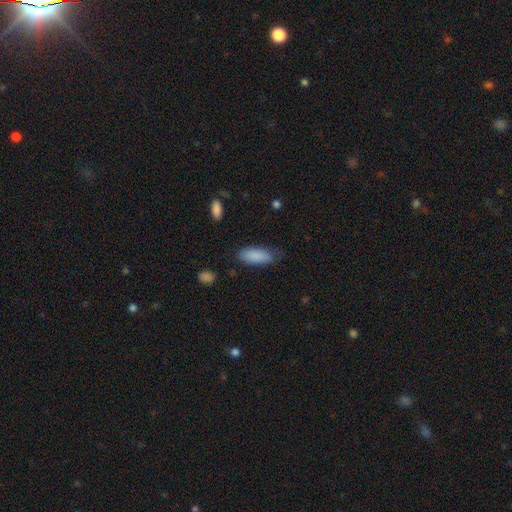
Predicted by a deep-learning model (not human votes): Smooth or featured? smooth (88%)
How rounded? in between (77%)
Merging? none (69%)